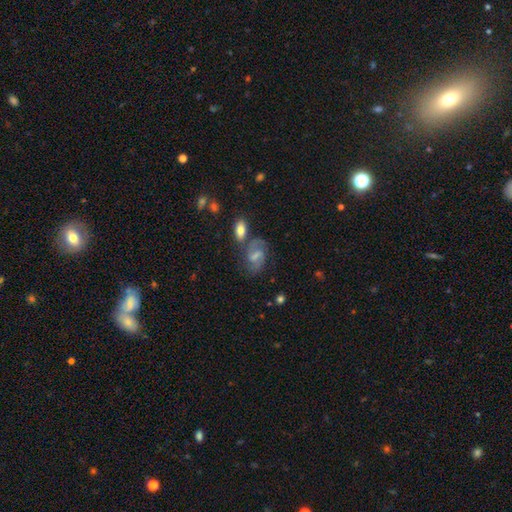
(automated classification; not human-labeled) Morphology: type=featured or disk (60%); edge-on=no (96%); bar=weak (52%); spiral arms=yes (86%); bulge=small (39%); merging=none (58%).